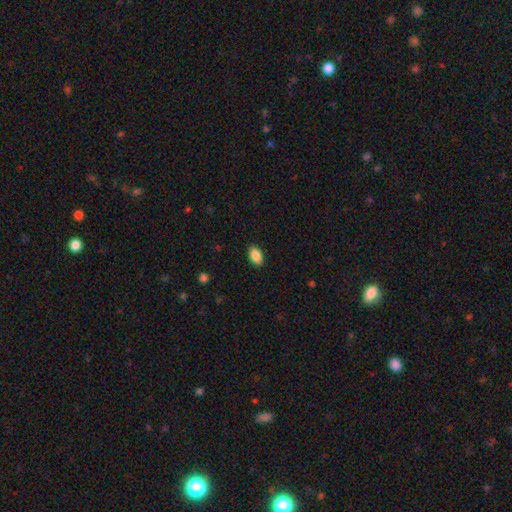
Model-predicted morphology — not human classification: Smooth or featured? Predicted: smooth (p=0.87). How rounded? Predicted: in between (p=0.92). Merging? Predicted: none (p=0.88).